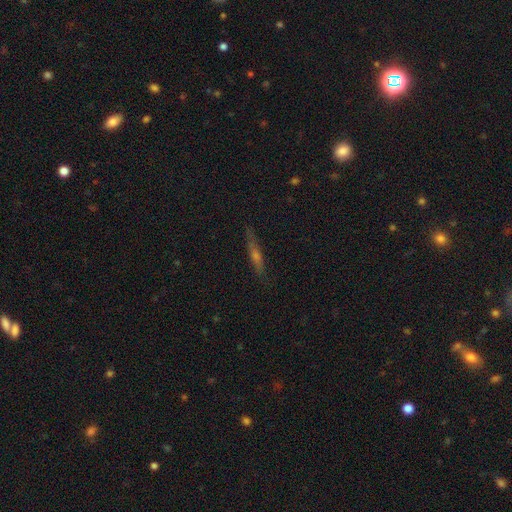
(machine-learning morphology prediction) A featured or disk galaxy (57%) viewed edge-on (92%) with a rounded central bulge (71%).

Vote fractions:
- Smooth or featured? featured or disk: 57% / smooth: 31% / star or artifact: 11%
- Edge-on disk? yes: 92% / no: 8%
- Edge-on bulge? rounded: 71% / none: 20% / boxy: 9%
- Merging? none: 85% / minor disturbance: 11% / major disturbance: 2% / merger: 1%